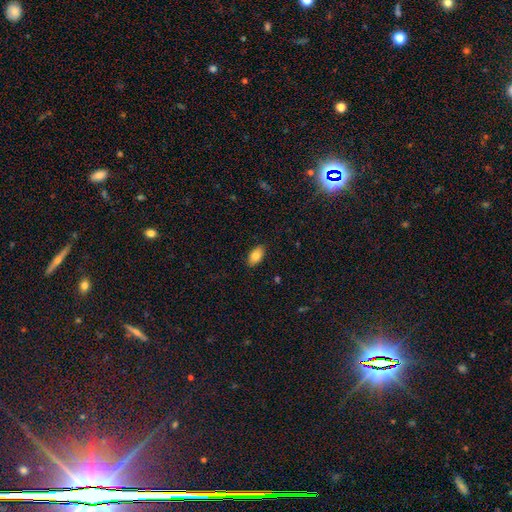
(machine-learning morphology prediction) Smooth or featured? Predicted: smooth (p=0.81). How rounded? Predicted: in between (p=0.93). Merging? Predicted: none (p=0.88).